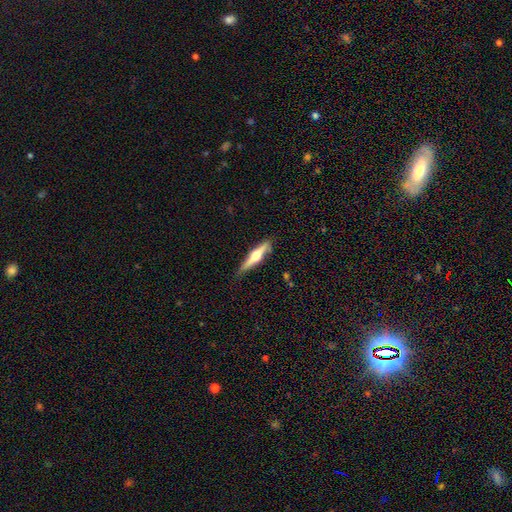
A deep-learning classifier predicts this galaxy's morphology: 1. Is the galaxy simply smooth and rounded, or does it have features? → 65% featured or disk, 29% smooth, 5% star or artifact.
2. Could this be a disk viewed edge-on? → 96% yes, 4% no.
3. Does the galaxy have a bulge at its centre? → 93% rounded, 4% boxy, 3% none.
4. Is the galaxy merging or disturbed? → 82% none, 13% minor disturbance, 2% major disturbance, 2% merger.